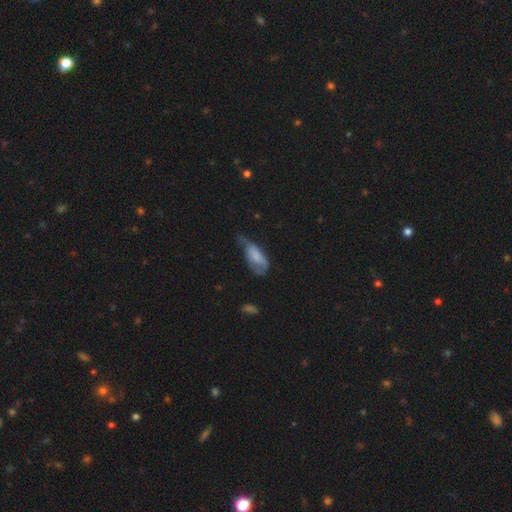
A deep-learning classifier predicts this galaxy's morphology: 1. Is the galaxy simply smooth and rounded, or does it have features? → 63% smooth, 29% featured or disk, 8% star or artifact.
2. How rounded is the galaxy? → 84% in between, 13% cigar-shaped, 3% round.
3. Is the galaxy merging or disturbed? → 38% major disturbance, 37% minor disturbance, 22% none, 4% merger.